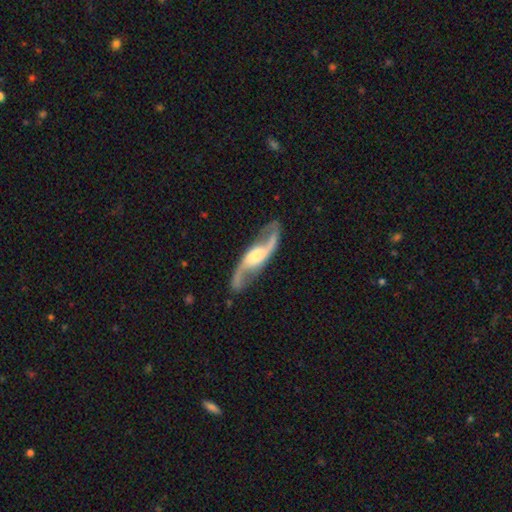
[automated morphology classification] Q: Smooth or featured?
A: featured or disk (90%); runner-up: smooth (6%)
Q: Edge-on disk?
A: no (89%); runner-up: yes (11%)
Q: Bar?
A: no (41%); runner-up: weak (39%)
Q: Spiral arms?
A: yes (97%); runner-up: no (3%)
Q: Spiral winding?
A: loose (60%); runner-up: medium (33%)
Q: Spiral arm count?
A: 2 (94%); runner-up: can't tell (2%)
Q: Bulge size?
A: moderate (42%); runner-up: large (36%)
Q: Merging?
A: none (84%); runner-up: minor disturbance (11%)